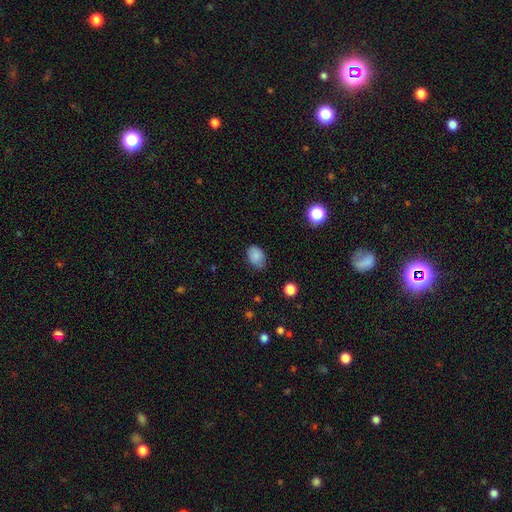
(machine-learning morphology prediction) Smooth or featured?
  - smooth: 85% *
  - star or artifact: 9%
  - featured or disk: 6%
How rounded?
  - in between: 79% *
  - round: 20%
  - cigar-shaped: 1%
Merging?
  - none: 72% *
  - minor disturbance: 23%
  - major disturbance: 4%
  - merger: 1%